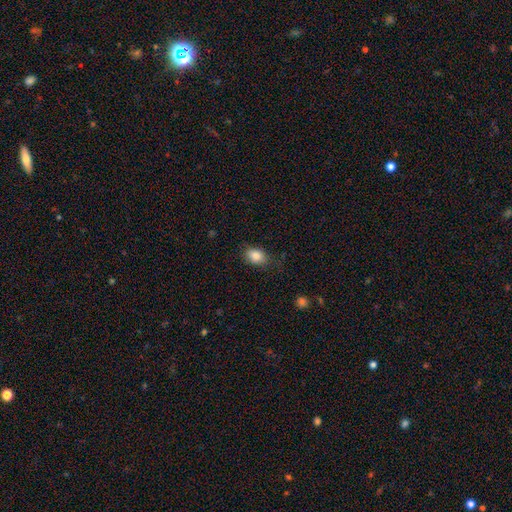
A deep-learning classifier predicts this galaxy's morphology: Smooth or featured?
  - smooth: 84% *
  - star or artifact: 9%
  - featured or disk: 8%
How rounded?
  - in between: 78% *
  - round: 20%
  - cigar-shaped: 1%
Merging?
  - none: 76% *
  - minor disturbance: 19%
  - major disturbance: 5%
  - merger: 1%